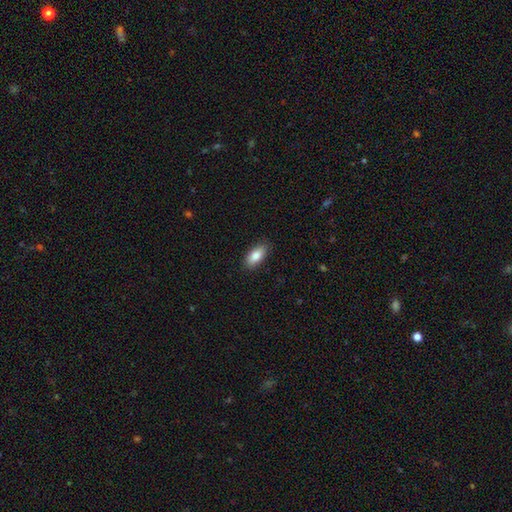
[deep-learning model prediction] Smooth or featured: smooth — 85% (featured or disk — 9%)
How rounded: in between — 89% (cigar-shaped — 9%)
Merging: none — 88% (minor disturbance — 9%)